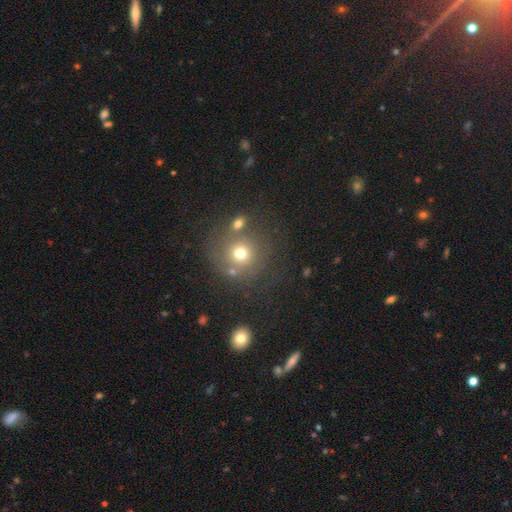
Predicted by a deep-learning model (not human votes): A smooth galaxy with no disk features (51%) that is round (90%).

Vote fractions:
- Smooth or featured? smooth: 51% / star or artifact: 38% / featured or disk: 11%
- How rounded? round: 90% / in between: 9% / cigar-shaped: 1%
- Merging? none: 75% / merger: 11% / minor disturbance: 9% / major disturbance: 5%